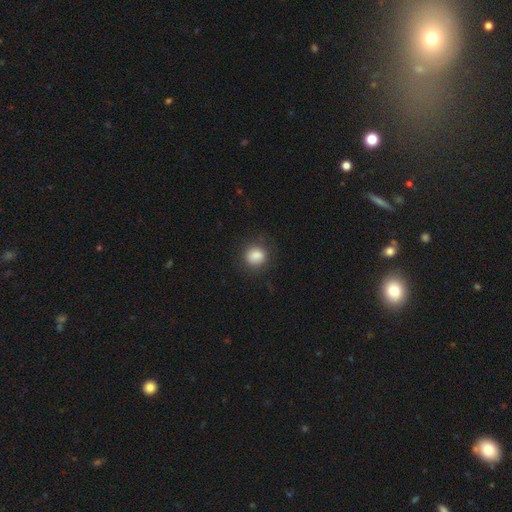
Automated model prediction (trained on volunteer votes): Morphology: type=smooth (86%); roundness=round (76%); merging=none (83%).